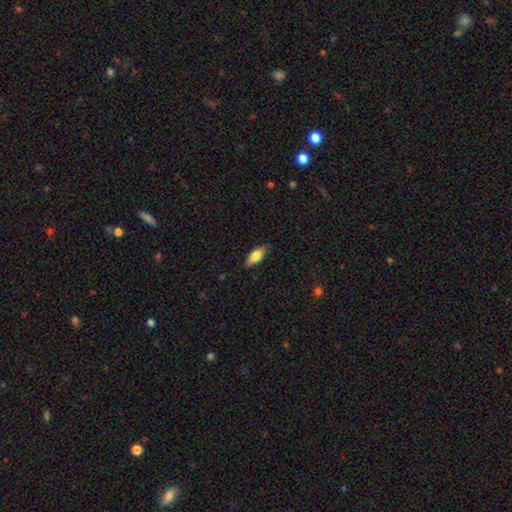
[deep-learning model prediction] Overall: smooth (74%). How rounded: in between (78%). Merging: none (82%).